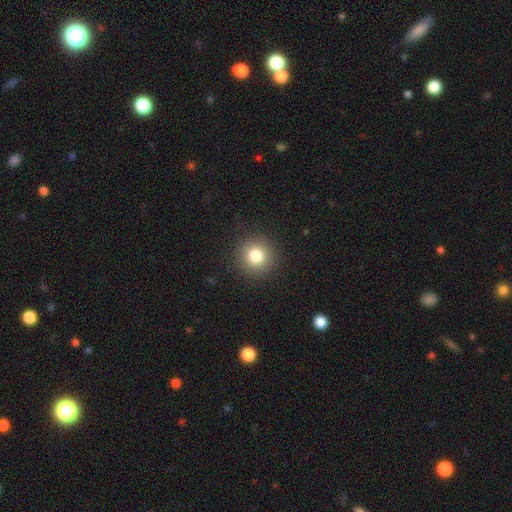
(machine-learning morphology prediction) The model was most divided on "smooth or featured": smooth: 80%, star or artifact: 12%, featured or disk: 8%. More confident: how rounded — round (95%); merging — none (91%).